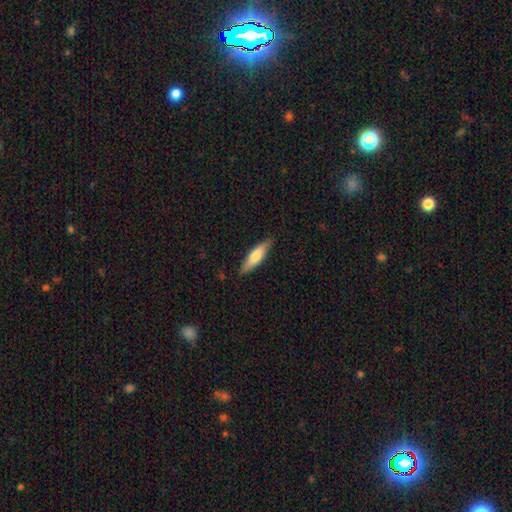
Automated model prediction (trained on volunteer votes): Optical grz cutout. It shows a smooth galaxy with no disk features (71%) that is cigar-shaped (64%). Merging: none (86%).